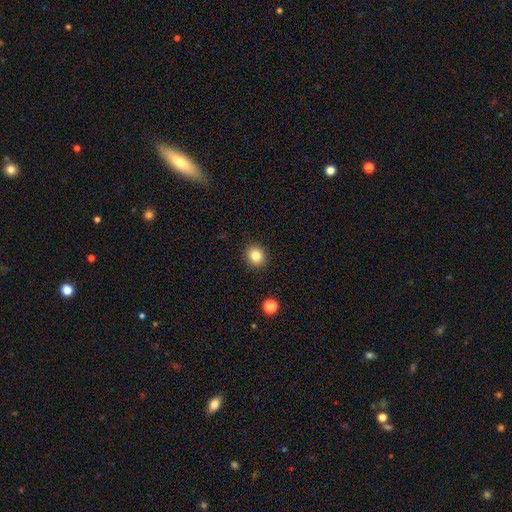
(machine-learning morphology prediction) Q: Smooth or featured?
A: smooth (84%); runner-up: star or artifact (11%)
Q: How rounded?
A: round (83%); runner-up: in between (16%)
Q: Merging?
A: none (91%); runner-up: minor disturbance (6%)